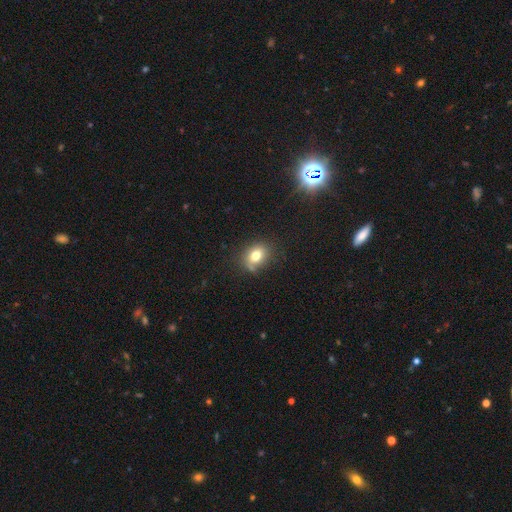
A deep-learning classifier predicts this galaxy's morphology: Smooth or featured: smooth — 77% (star or artifact — 12%)
How rounded: in between — 58% (round — 41%)
Merging: none — 72% (minor disturbance — 19%)